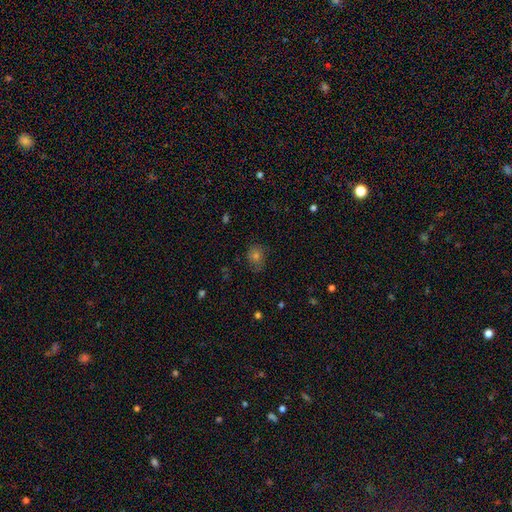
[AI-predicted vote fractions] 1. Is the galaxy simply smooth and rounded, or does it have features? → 51% smooth, 25% featured or disk, 24% star or artifact.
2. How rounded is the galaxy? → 68% round, 31% in between, 1% cigar-shaped.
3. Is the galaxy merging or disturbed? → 74% none, 17% minor disturbance, 7% major disturbance, 1% merger.